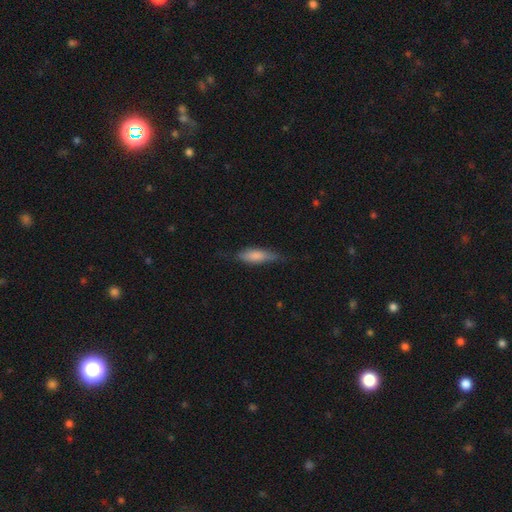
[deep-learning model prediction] Smooth or featured? smooth (76%)
How rounded? in between (55%)
Merging? none (63%)